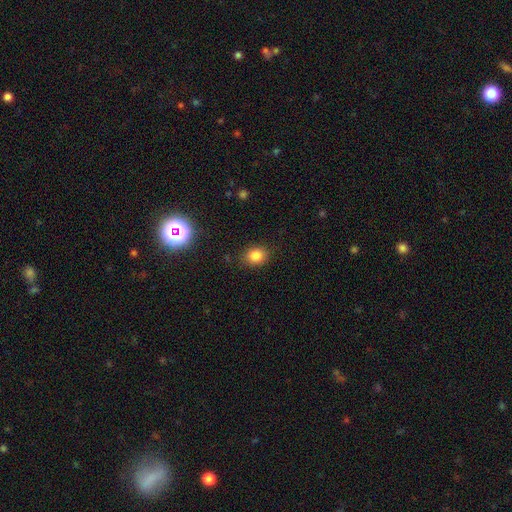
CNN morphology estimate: Smooth or featured: smooth — 82% (star or artifact — 12%)
How rounded: in between — 54% (round — 44%)
Merging: none — 85% (minor disturbance — 11%)